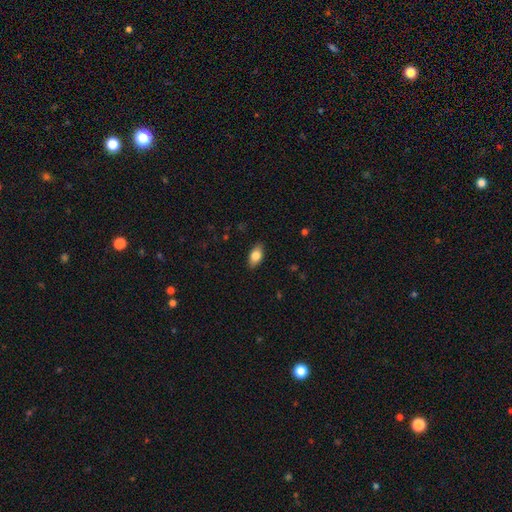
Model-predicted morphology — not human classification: smooth 79%, featured or disk 14%, star or artifact 7%. Down the decision tree: how rounded — in between (89%); merging — none (87%).